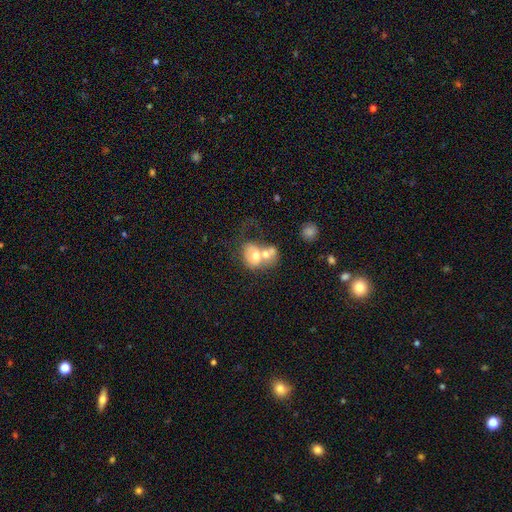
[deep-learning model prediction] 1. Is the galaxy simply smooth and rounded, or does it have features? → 57% smooth, 34% featured or disk, 9% star or artifact.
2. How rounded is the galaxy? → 50% in between, 49% round, 1% cigar-shaped.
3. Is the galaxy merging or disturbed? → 67% merger, 15% none, 10% major disturbance, 8% minor disturbance.